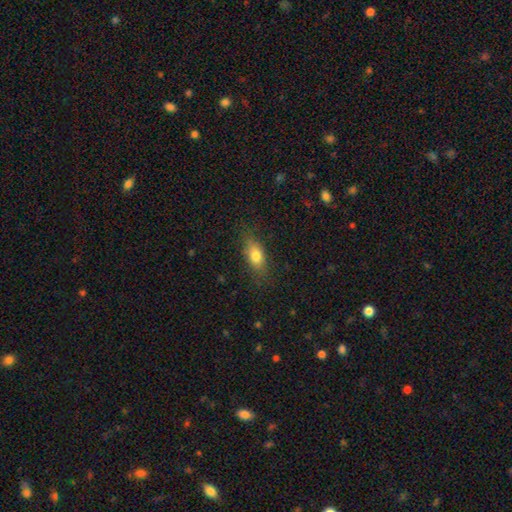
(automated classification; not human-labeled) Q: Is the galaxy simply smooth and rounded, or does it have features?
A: smooth — 77%.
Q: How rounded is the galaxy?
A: in between — 80%.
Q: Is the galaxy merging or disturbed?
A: none — 77%.